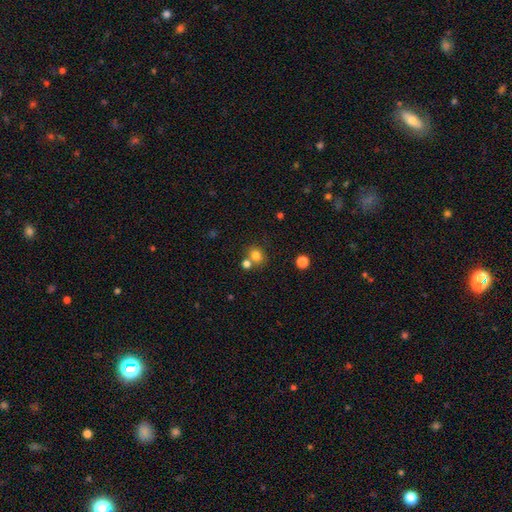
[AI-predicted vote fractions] Smooth or featured: smooth — 79% (star or artifact — 14%)
How rounded: round — 77% (in between — 22%)
Merging: none — 60% (merger — 28%)